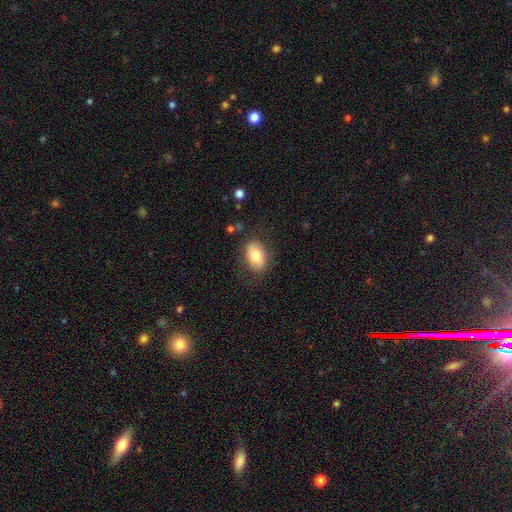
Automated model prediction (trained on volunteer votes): This is likely a smooth galaxy (77%). How rounded: clearly in between (86%). Merging: likely none (79%).